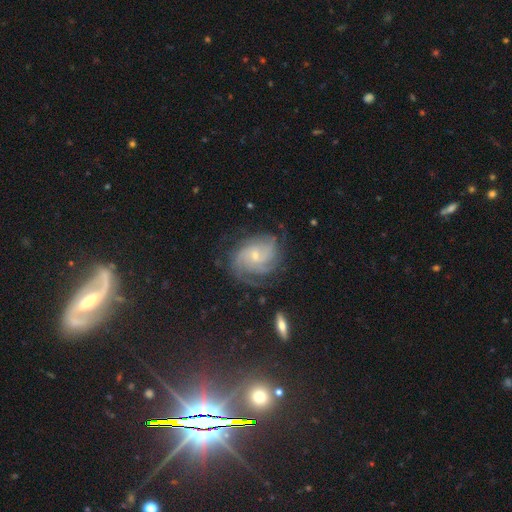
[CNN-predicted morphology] This is clearly a featured or disk galaxy (83%). It is clearly not viewed edge-on (97%). Bar: likely no (68%). Spiral arm pattern: clearly yes (96%). Spiral arm count: marginally can't tell (29%). Spiral winding: possibly tight (56%). Central bulge: likely small (70%). Merging: likely none (67%).